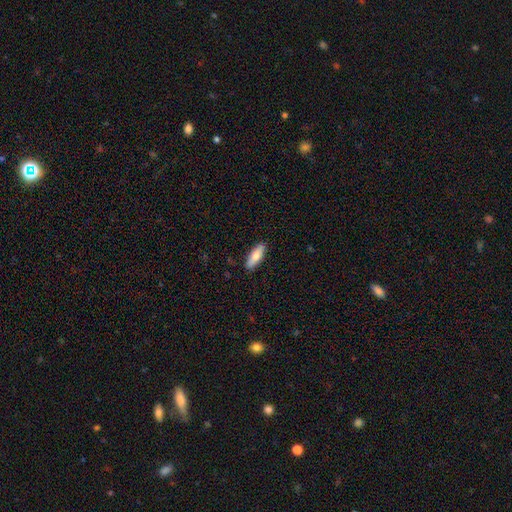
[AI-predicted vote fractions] Smooth or featured?
  - smooth: 73% *
  - featured or disk: 22%
  - star or artifact: 5%
How rounded?
  - in between: 53% *
  - cigar-shaped: 45%
  - round: 2%
Merging?
  - none: 89% *
  - minor disturbance: 8%
  - major disturbance: 2%
  - merger: 1%